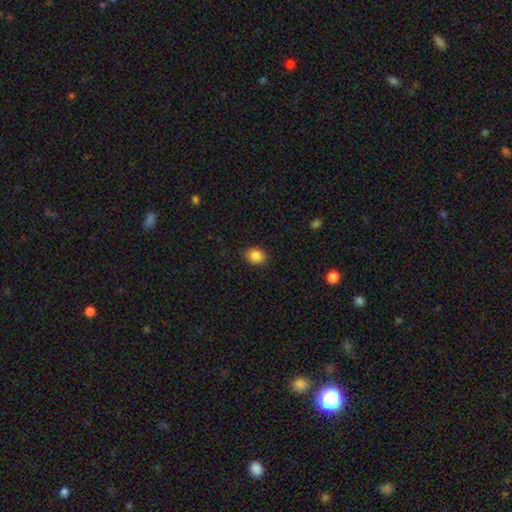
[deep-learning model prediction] Morphology: type=smooth (87%); roundness=in between (54%); merging=none (87%).